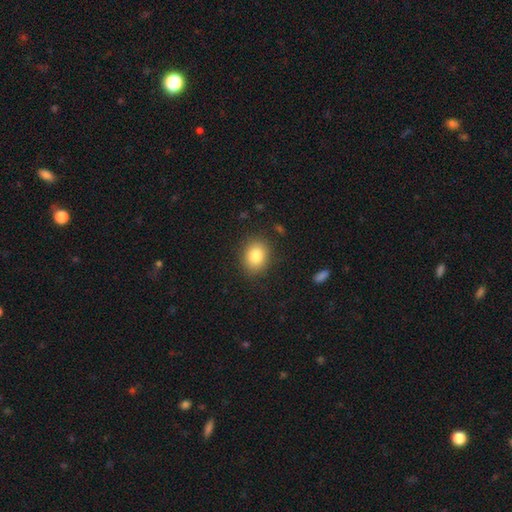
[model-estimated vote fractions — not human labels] Q: Smooth or featured?
A: smooth (83%); runner-up: star or artifact (9%)
Q: How rounded?
A: round (50%); runner-up: in between (49%)
Q: Merging?
A: none (87%); runner-up: minor disturbance (9%)